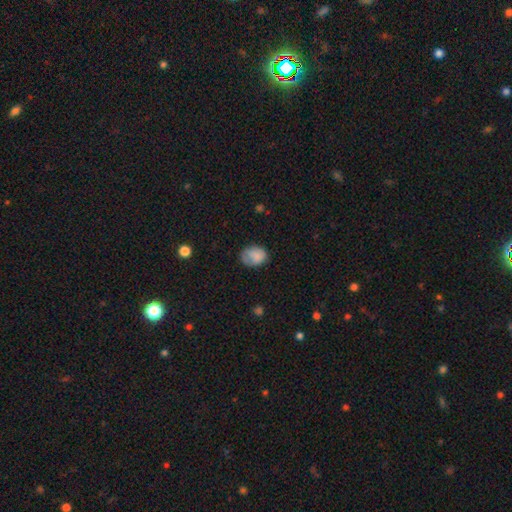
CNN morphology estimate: Smooth or featured: smooth — 82% (featured or disk — 10%)
How rounded: in between — 65% (round — 34%)
Merging: none — 61% (minor disturbance — 28%)